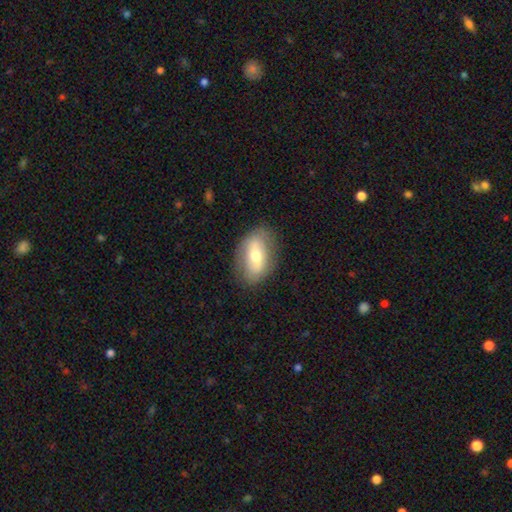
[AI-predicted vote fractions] The model was most divided on "smooth or featured": smooth: 56%, featured or disk: 37%, star or artifact: 7%. More confident: how rounded — in between (86%); merging — none (81%).